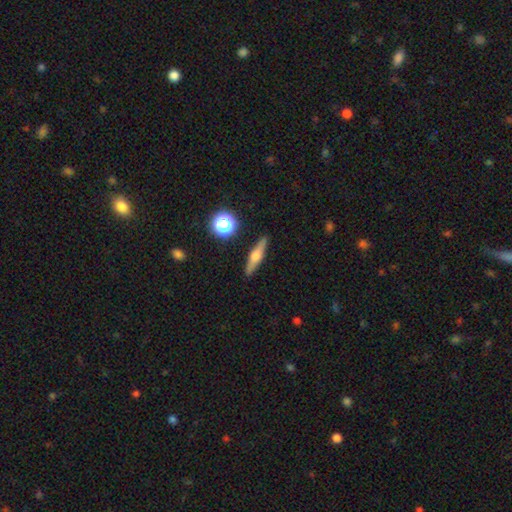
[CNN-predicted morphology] The model was most divided on "smooth or featured": featured or disk: 60%, smooth: 32%, star or artifact: 8%. More confident: edge-on disk — yes (95%); merging — none (90%); edge-on bulge — rounded (89%).